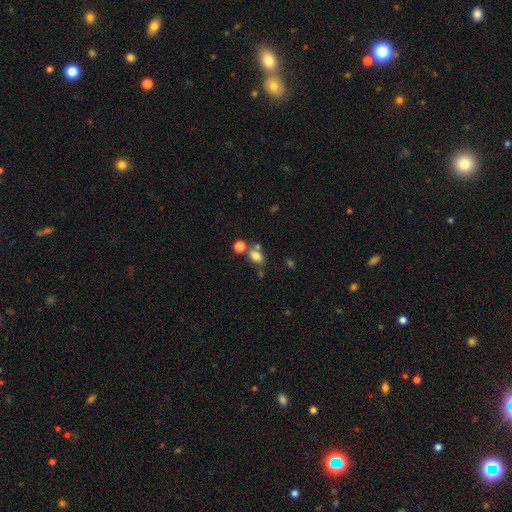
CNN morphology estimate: A smooth galaxy with no disk features (78%) that is in between round and cigar-shaped (69%). Merging: none (57%).